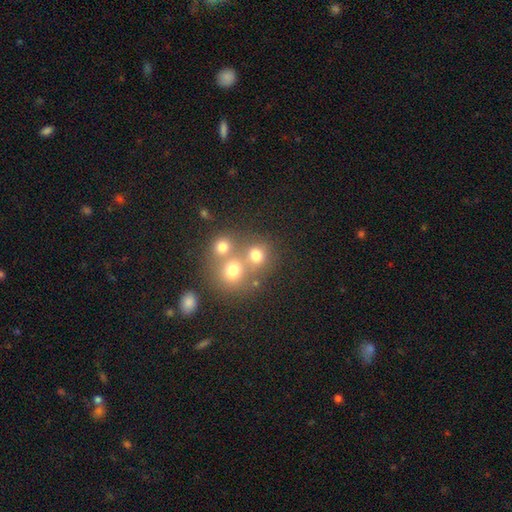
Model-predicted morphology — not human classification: The model was most divided on "merging": none: 48%, merger: 40%, minor disturbance: 7%, major disturbance: 4%. More confident: how rounded — round (79%); smooth or featured — smooth (68%).